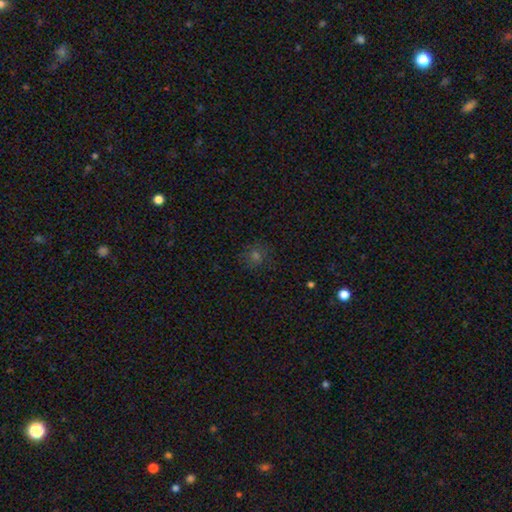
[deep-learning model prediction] Smooth or featured: smooth — 59% (star or artifact — 30%)
How rounded: round — 89% (in between — 10%)
Merging: none — 85% (minor disturbance — 10%)